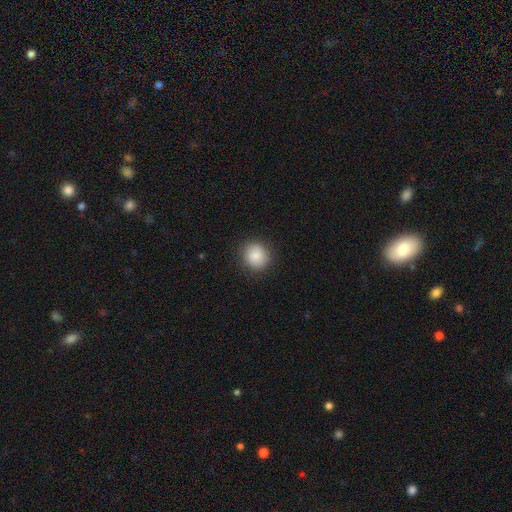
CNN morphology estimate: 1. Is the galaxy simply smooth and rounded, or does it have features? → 86% smooth, 8% star or artifact, 6% featured or disk.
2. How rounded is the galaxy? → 88% round, 11% in between, 1% cigar-shaped.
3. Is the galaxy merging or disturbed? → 88% none, 9% minor disturbance, 3% major disturbance, 1% merger.